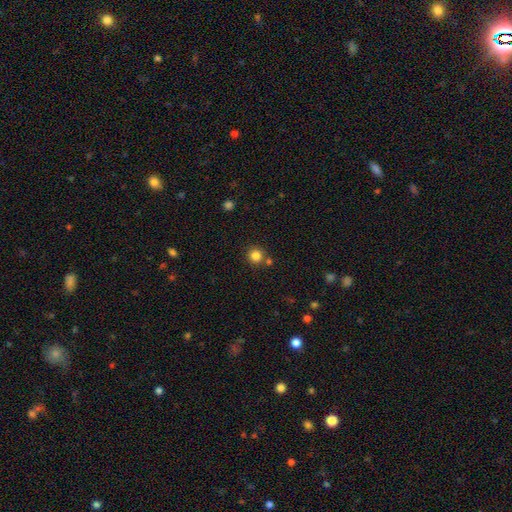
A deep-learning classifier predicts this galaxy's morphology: A smooth galaxy with no disk features (83%) that is round (94%).

Vote fractions:
- Smooth or featured? smooth: 83% / star or artifact: 12% / featured or disk: 5%
- How rounded? round: 94% / in between: 5% / cigar-shaped: 1%
- Merging? none: 78% / merger: 12% / minor disturbance: 8% / major disturbance: 2%